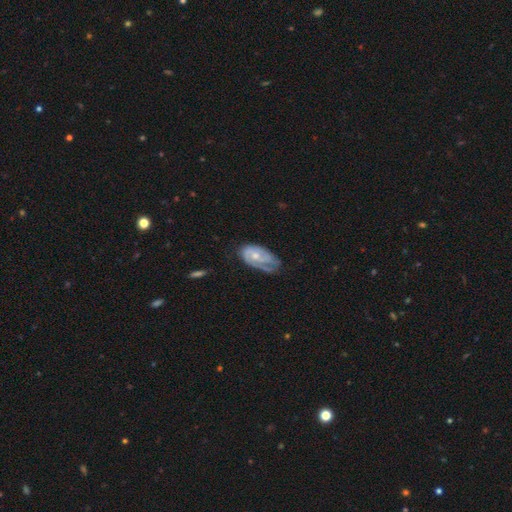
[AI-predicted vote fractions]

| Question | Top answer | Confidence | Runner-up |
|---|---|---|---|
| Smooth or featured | featured or disk | 71% | smooth (24%) |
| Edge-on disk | no | 96% | yes (4%) |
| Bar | no | 70% | weak (25%) |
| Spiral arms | yes | 85% | no (15%) |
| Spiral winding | tight | 53% | medium (33%) |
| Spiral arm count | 2 | 40% | 1 (25%) |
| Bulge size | moderate | 49% | small (45%) |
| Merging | none | 44% | minor disturbance (33%) |